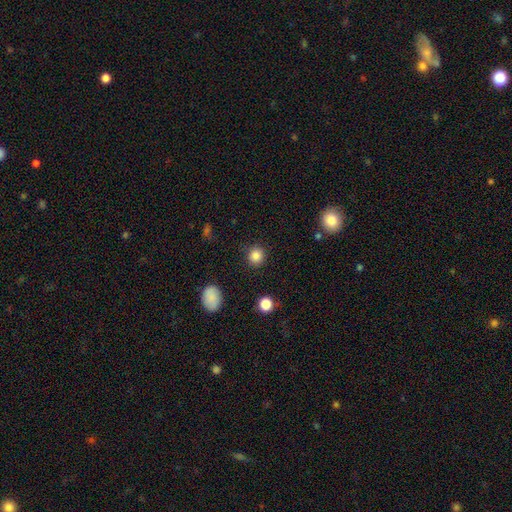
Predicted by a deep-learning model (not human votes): The model was most divided on "smooth or featured": smooth: 85%, star or artifact: 11%, featured or disk: 4%. More confident: how rounded — round (90%); merging — none (90%).